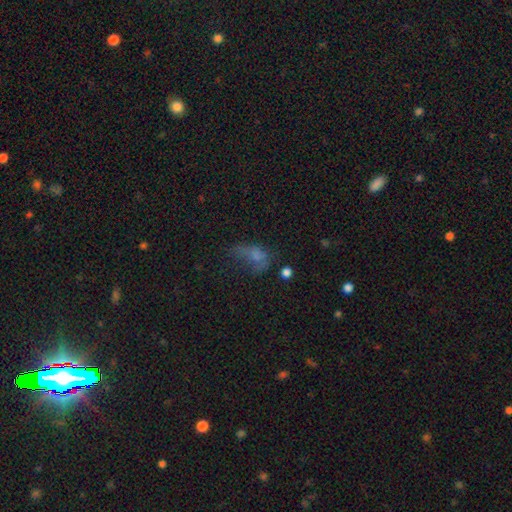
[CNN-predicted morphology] type=smooth (56%); roundness=in between (78%); merging=major disturbance (46%).